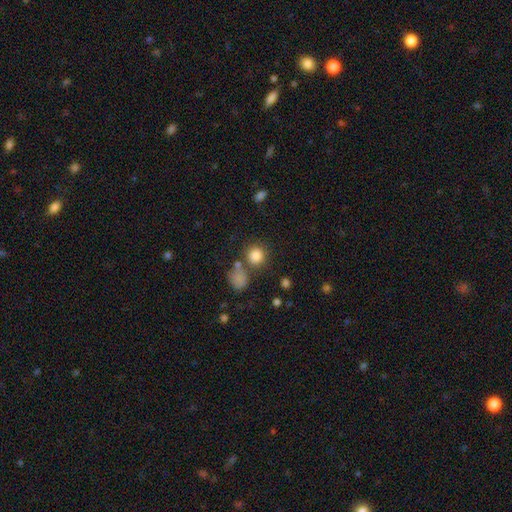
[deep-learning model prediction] smooth_or_featured: smooth (p=0.84) [alt: star or artifact p=0.11]
how_rounded: round (p=0.88) [alt: in between p=0.11]
merging: none (p=0.70) [alt: merger p=0.16]